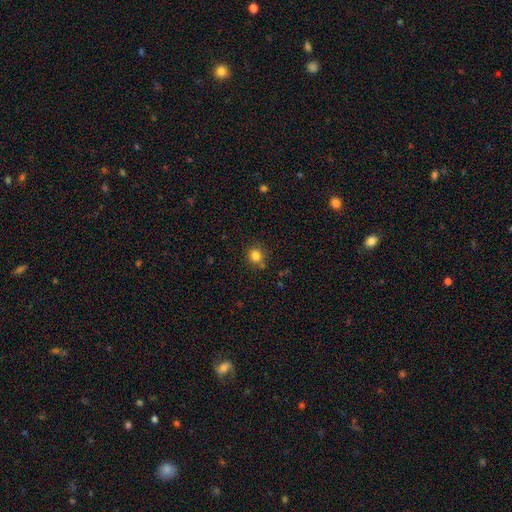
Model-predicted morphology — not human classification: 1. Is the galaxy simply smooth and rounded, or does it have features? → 82% smooth, 12% star or artifact, 5% featured or disk.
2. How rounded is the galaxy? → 86% round, 13% in between, 1% cigar-shaped.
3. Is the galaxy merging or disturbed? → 78% none, 12% minor disturbance, 6% merger, 3% major disturbance.